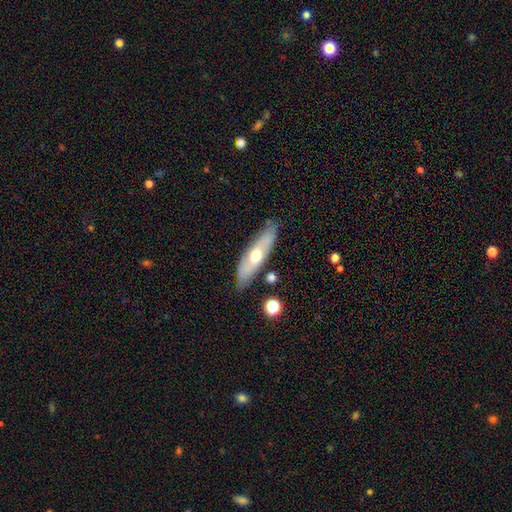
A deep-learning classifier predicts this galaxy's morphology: Overall: featured or disk (48%; smooth 46%). Merging: none (80%).